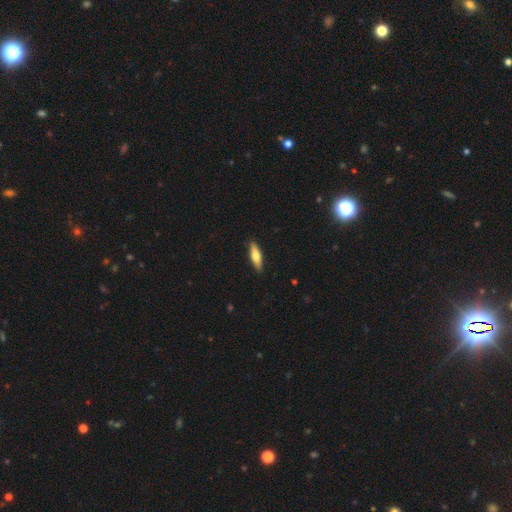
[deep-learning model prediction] smooth_or_featured: smooth (p=0.67) [alt: featured or disk p=0.27]
how_rounded: cigar-shaped (p=0.59) [alt: in between p=0.39]
merging: none (p=0.89) [alt: minor disturbance p=0.08]